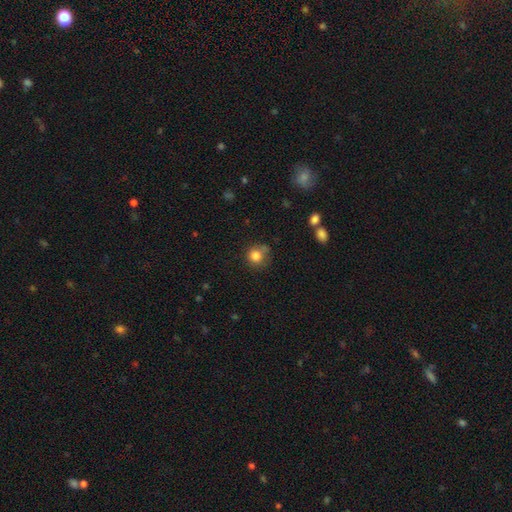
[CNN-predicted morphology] Smooth or featured?
  - smooth: 82% *
  - star or artifact: 11%
  - featured or disk: 7%
How rounded?
  - round: 86% *
  - in between: 13%
  - cigar-shaped: 1%
Merging?
  - none: 61% *
  - minor disturbance: 22%
  - merger: 10%
  - major disturbance: 8%